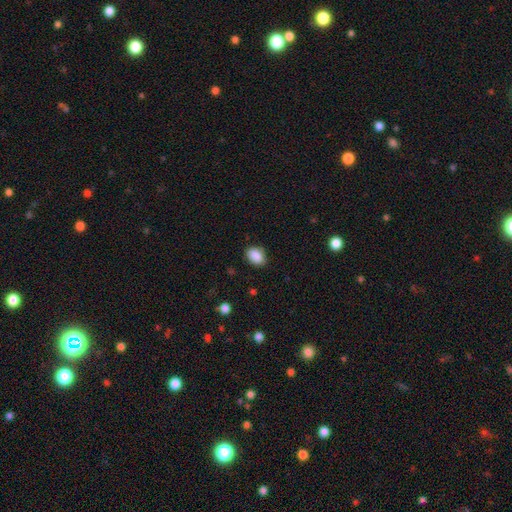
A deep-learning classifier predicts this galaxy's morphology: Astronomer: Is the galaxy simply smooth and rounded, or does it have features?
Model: smooth — 89%.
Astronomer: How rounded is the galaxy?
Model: in between — 79%.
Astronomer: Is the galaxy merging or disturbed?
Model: none — 83%.